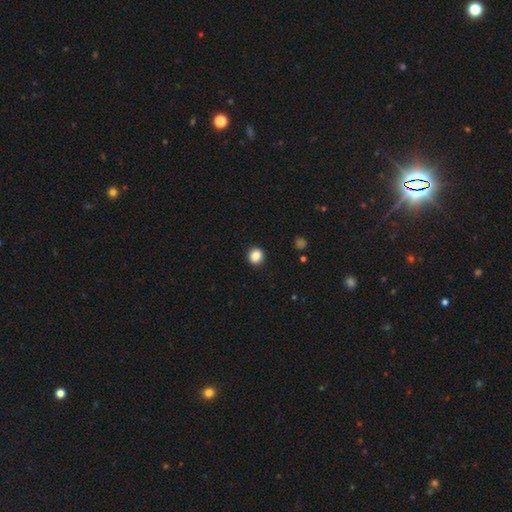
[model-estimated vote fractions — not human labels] Smooth or featured?
  - smooth: 85% *
  - star or artifact: 10%
  - featured or disk: 4%
How rounded?
  - round: 80% *
  - in between: 19%
  - cigar-shaped: 1%
Merging?
  - none: 92% *
  - minor disturbance: 6%
  - major disturbance: 2%
  - merger: 1%